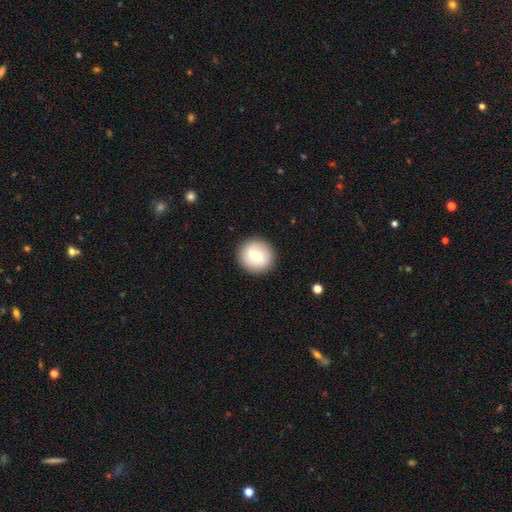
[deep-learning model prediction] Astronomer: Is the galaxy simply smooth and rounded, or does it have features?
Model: smooth — 70%.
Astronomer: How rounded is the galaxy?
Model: round — 94%.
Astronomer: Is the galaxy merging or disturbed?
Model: none — 91%.